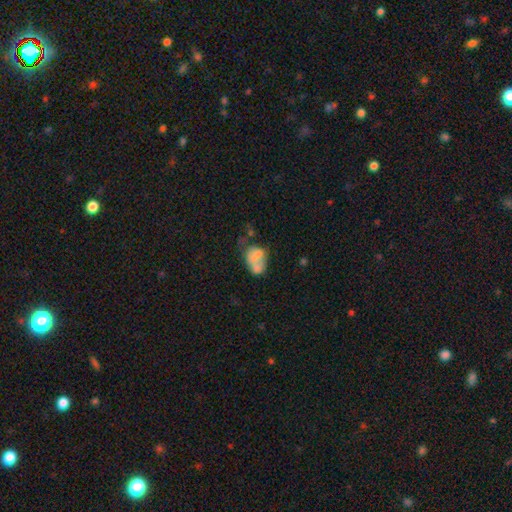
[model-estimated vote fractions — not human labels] Smooth or featured? Predicted: smooth (p=0.64). How rounded? Predicted: in between (p=0.73). Merging? Predicted: merger (p=0.53).